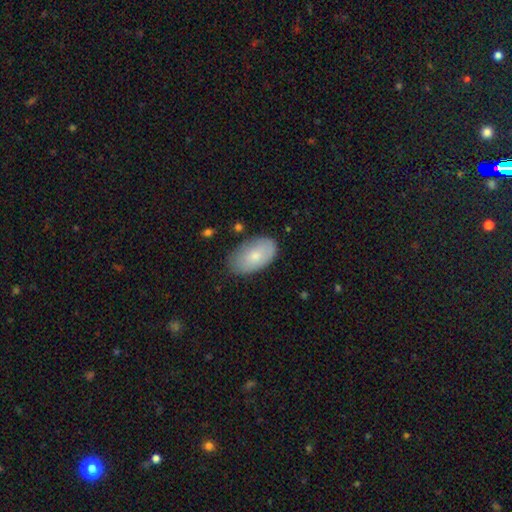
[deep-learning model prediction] Overall: smooth (74%). How rounded: in between (94%). Merging: none (75%).